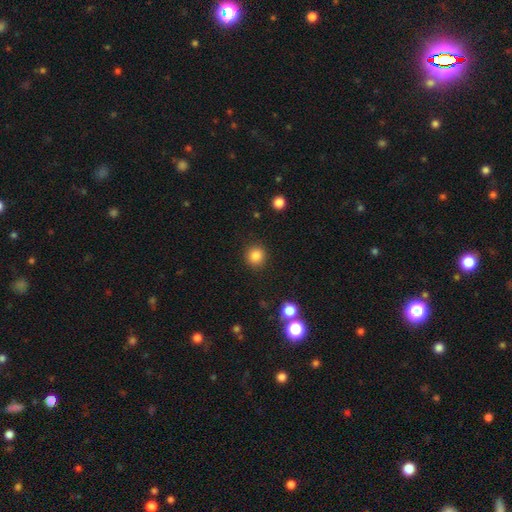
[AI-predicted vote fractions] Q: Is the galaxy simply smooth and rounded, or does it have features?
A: smooth — 85%.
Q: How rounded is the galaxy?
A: round — 92%.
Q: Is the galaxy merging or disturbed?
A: none — 90%.